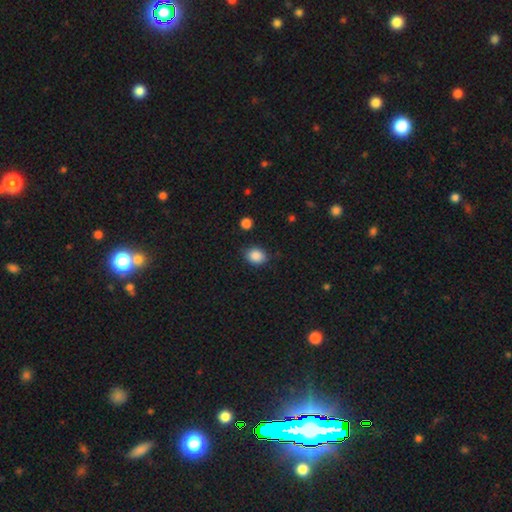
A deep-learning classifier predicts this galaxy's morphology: The model was most divided on "how rounded": in between: 52%, round: 47%, cigar-shaped: 1%. More confident: smooth or featured — smooth (88%); merging — none (83%).